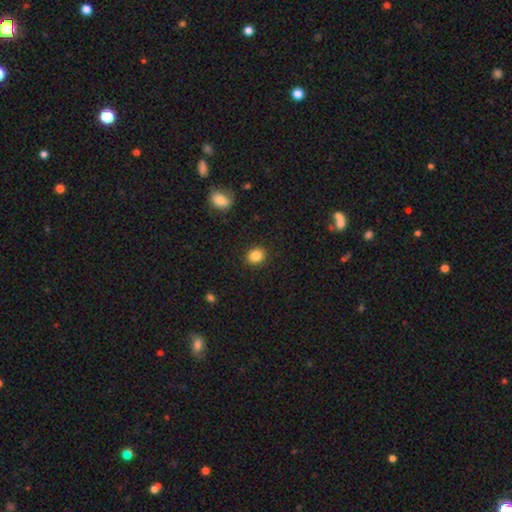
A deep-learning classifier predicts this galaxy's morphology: Q: Smooth or featured?
A: smooth (85%); runner-up: star or artifact (10%)
Q: How rounded?
A: round (71%); runner-up: in between (28%)
Q: Merging?
A: none (91%); runner-up: minor disturbance (6%)